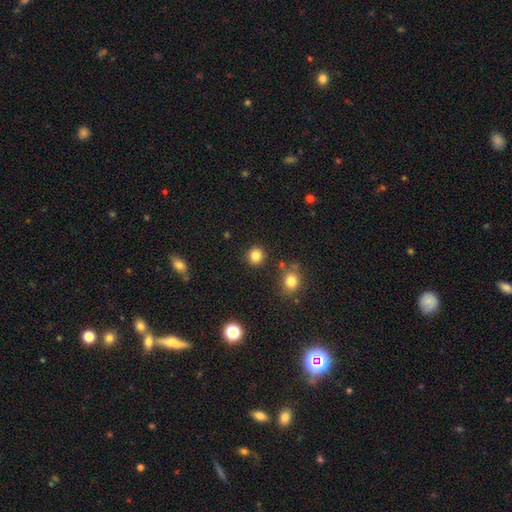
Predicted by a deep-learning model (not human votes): The model was most divided on "smooth or featured": smooth: 84%, star or artifact: 12%, featured or disk: 5%. More confident: how rounded — round (90%); merging — none (88%).